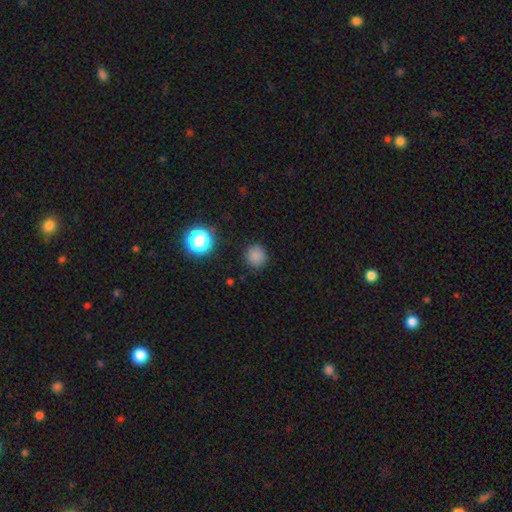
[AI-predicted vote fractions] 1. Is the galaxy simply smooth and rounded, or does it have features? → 80% smooth, 16% star or artifact, 4% featured or disk.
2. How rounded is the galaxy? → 91% round, 8% in between, 1% cigar-shaped.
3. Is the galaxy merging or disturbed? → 88% none, 8% minor disturbance, 3% major disturbance, 1% merger.